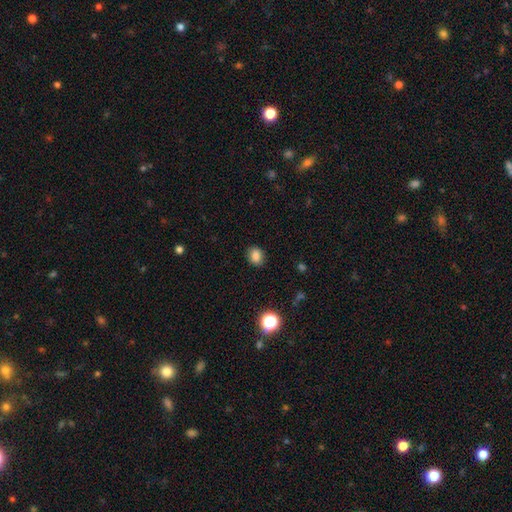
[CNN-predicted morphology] smooth_or_featured: smooth (p=0.83) [alt: star or artifact p=0.12]
how_rounded: round (p=0.50) [alt: in between p=0.49]
merging: none (p=0.87) [alt: minor disturbance p=0.09]